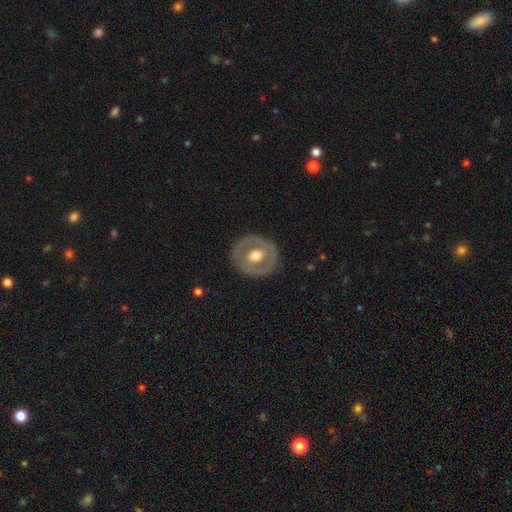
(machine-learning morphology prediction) This is possibly a featured or disk galaxy (56%). It is clearly not viewed edge-on (95%). Bar: likely no (67%). Spiral arm pattern: clearly no (84%). Central bulge: likely moderate (67%). Merging: clearly none (83%).